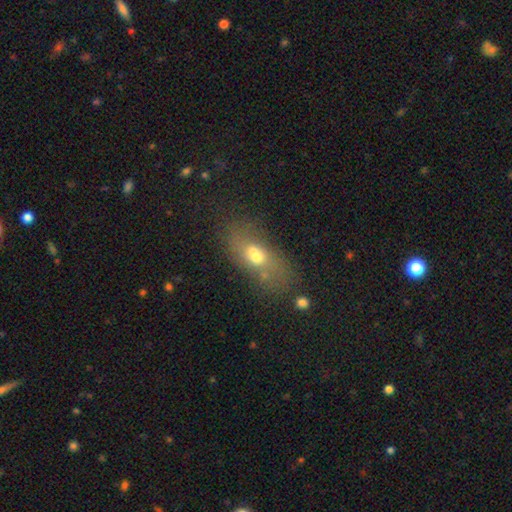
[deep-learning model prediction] smooth_or_featured: smooth (p=0.57) [alt: featured or disk p=0.30]
how_rounded: in between (p=0.76) [alt: cigar-shaped p=0.13]
merging: none (p=0.49) [alt: merger p=0.22]